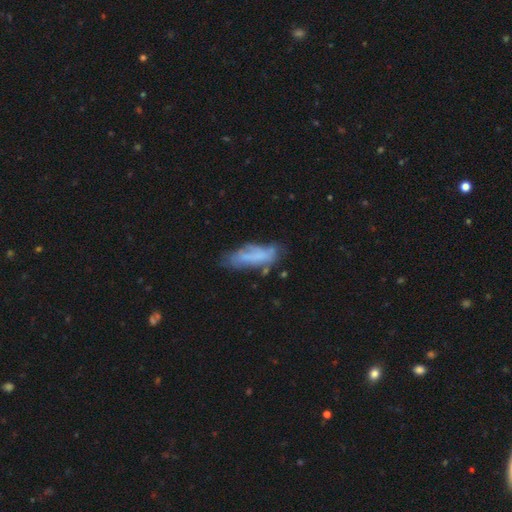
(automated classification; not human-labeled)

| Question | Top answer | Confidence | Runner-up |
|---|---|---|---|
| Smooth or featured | smooth | 55% | featured or disk (36%) |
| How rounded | in between | 54% | cigar-shaped (44%) |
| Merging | none | 52% | minor disturbance (29%) |